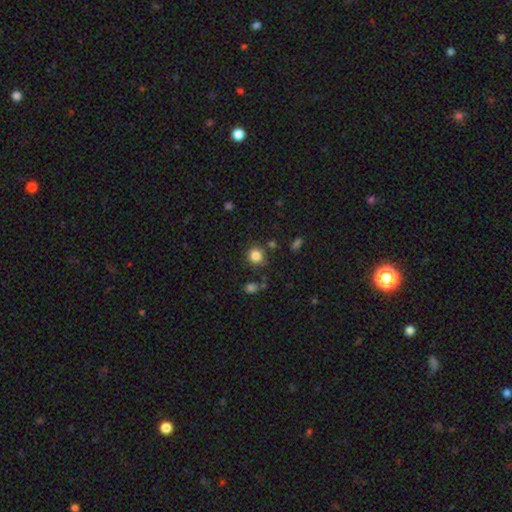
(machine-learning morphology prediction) Overall: smooth (84%). How rounded: round (87%). Merging: none (81%).